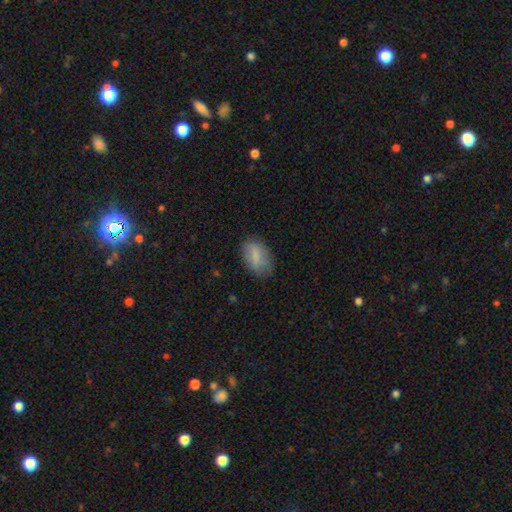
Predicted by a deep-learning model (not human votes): This appears to be a smooth galaxy with no disk features (78%) that is in between round and cigar-shaped (91%). Merging: none (74%).